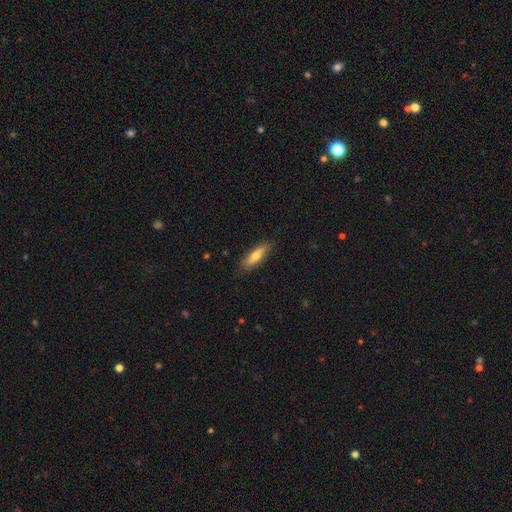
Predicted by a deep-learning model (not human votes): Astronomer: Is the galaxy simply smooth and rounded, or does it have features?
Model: smooth — 64%.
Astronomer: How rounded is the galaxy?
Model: cigar-shaped — 56% (runner-up: in between, 42%).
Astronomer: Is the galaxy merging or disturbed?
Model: none — 86%.